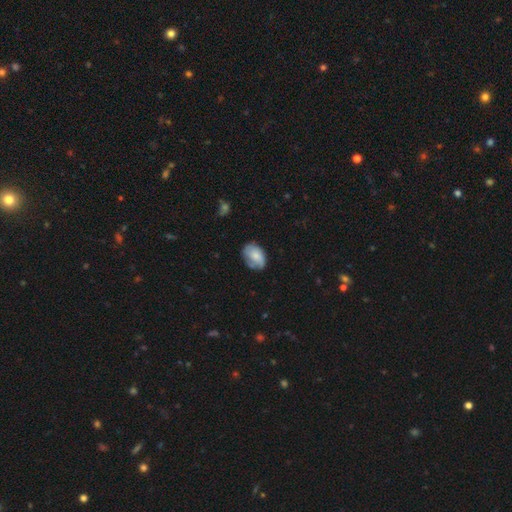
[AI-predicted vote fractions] smooth_or_featured: smooth (p=0.64) [alt: featured or disk p=0.29]
how_rounded: in between (p=0.84) [alt: round p=0.15]
merging: none (p=0.59) [alt: minor disturbance p=0.30]